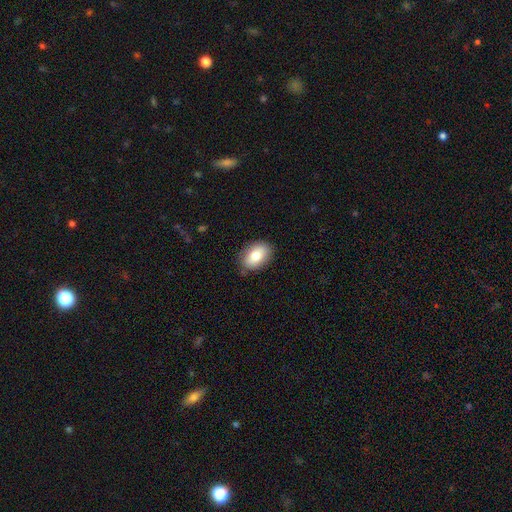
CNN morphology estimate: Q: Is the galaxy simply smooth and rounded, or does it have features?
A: smooth — 81%.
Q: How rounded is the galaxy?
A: in between — 88%.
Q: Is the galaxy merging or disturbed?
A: none — 83%.